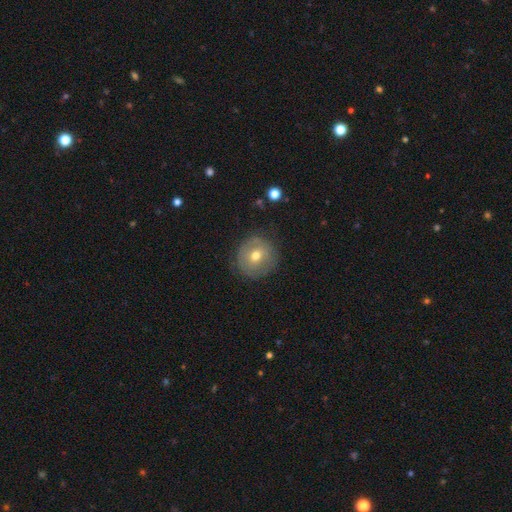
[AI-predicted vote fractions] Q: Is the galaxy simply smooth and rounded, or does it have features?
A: smooth — 58%.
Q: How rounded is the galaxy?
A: round — 91%.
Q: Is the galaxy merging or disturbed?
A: none — 78%.